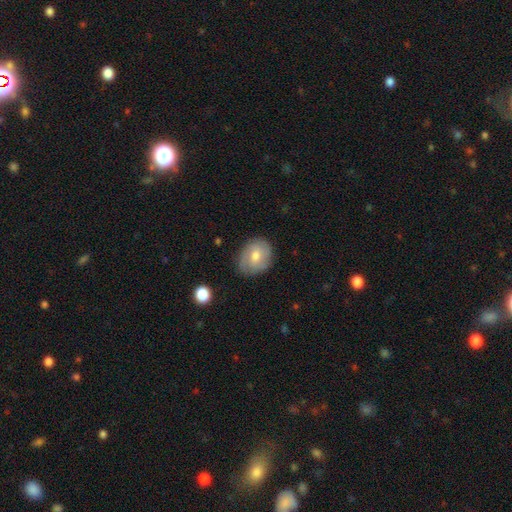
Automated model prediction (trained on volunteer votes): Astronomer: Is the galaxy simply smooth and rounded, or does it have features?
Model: smooth — 56% (runner-up: featured or disk, 36%).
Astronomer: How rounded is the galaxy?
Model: in between — 50% (runner-up: round, 49%).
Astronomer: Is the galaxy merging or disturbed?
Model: none — 77%.